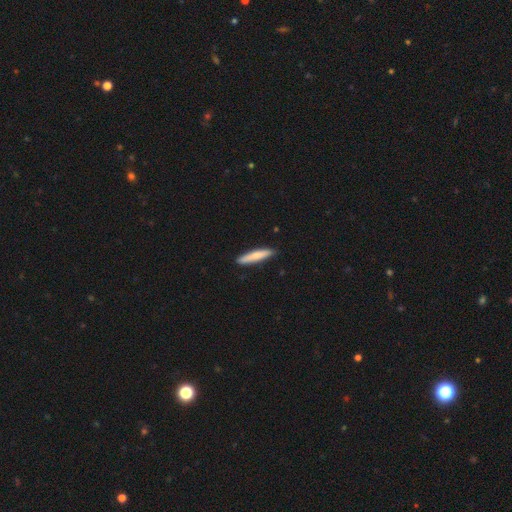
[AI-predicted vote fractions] Overall: smooth (77%). How rounded: cigar-shaped (90%). Merging: none (90%).